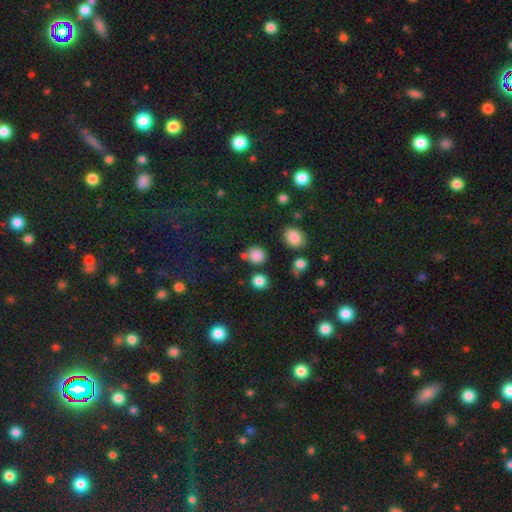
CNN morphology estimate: type=smooth (81%); roundness=round (82%); merging=none (73%).